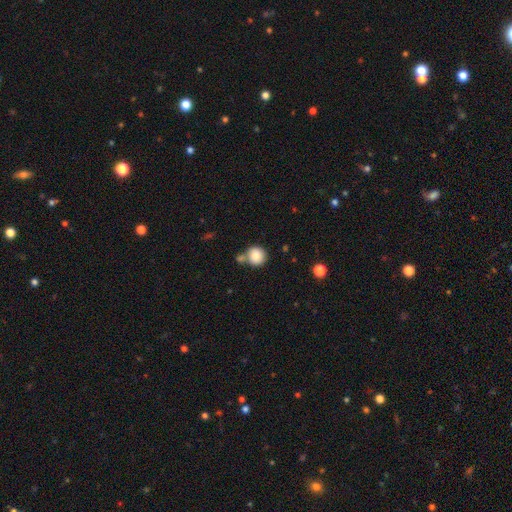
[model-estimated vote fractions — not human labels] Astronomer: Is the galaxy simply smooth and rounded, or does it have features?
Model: smooth — 83%.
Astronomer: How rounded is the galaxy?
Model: round — 92%.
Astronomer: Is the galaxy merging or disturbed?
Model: none — 62%.